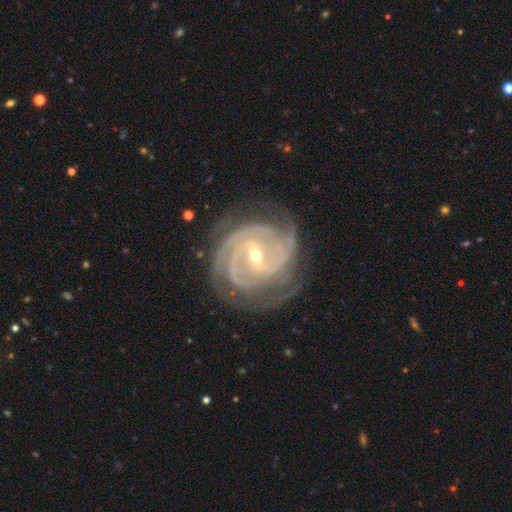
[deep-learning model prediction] smooth_or_featured: featured or disk (p=0.92) [alt: star or artifact p=0.05]
disk_edge_on: no (p=0.97) [alt: yes p=0.03]
bar: weak (p=0.44) [alt: strong p=0.40]
has_spiral_arms: yes (p=0.98) [alt: no p=0.02]
spiral_winding: tight (p=0.69) [alt: medium p=0.28]
spiral_arm_count: 3 (p=0.33) [alt: 2 p=0.24]
bulge_size: small (p=0.58) [alt: moderate p=0.40]
merging: none (p=0.70) [alt: minor disturbance p=0.19]